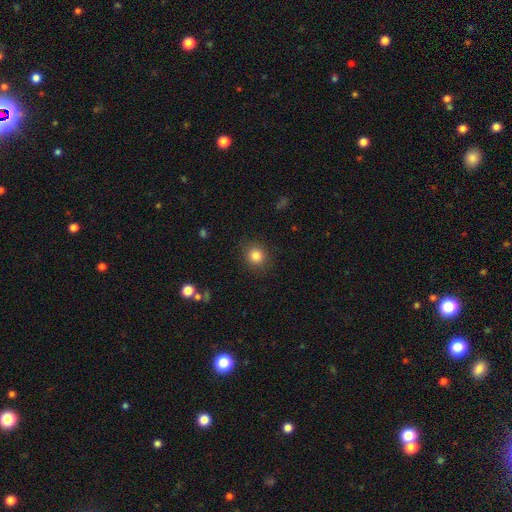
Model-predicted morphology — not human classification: type=smooth (83%); roundness=round (81%); merging=none (87%).